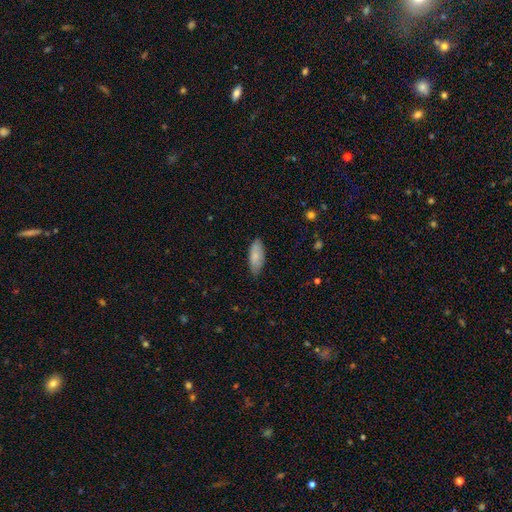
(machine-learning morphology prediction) type=smooth (81%); roundness=in between (82%); merging=none (74%).